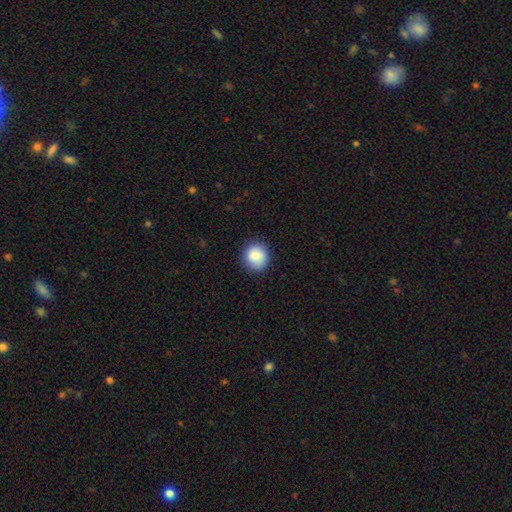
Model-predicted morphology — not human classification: smooth_or_featured: smooth (p=0.87) [alt: star or artifact p=0.08]
how_rounded: round (p=0.89) [alt: in between p=0.10]
merging: none (p=0.88) [alt: minor disturbance p=0.09]